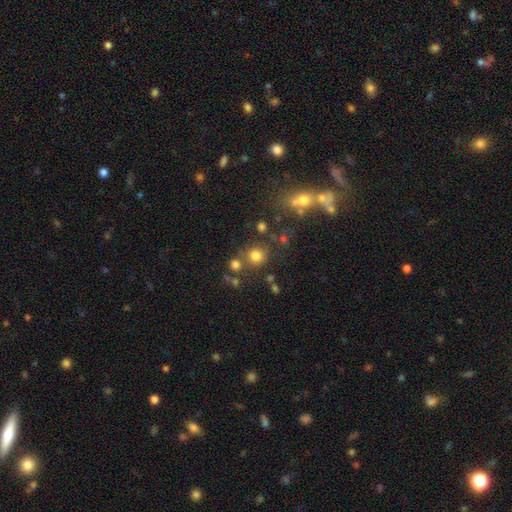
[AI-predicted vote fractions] Smooth or featured: smooth — 75% (star or artifact — 17%)
How rounded: round — 89% (in between — 10%)
Merging: none — 73% (merger — 13%)